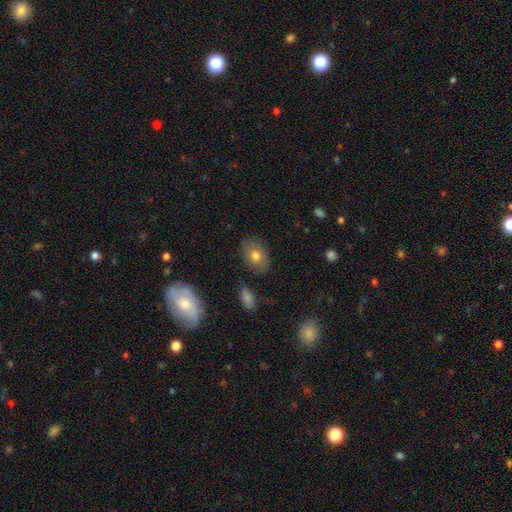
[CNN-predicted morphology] Smooth or featured? Predicted: smooth (p=0.73). How rounded? Predicted: in between (p=0.81). Merging? Predicted: none (p=0.83).